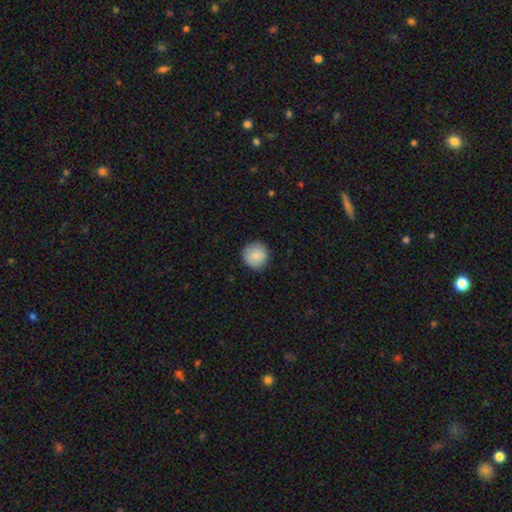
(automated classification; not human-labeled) This appears to be a smooth galaxy with no disk features (83%) that is round (94%). Merging: none (88%).